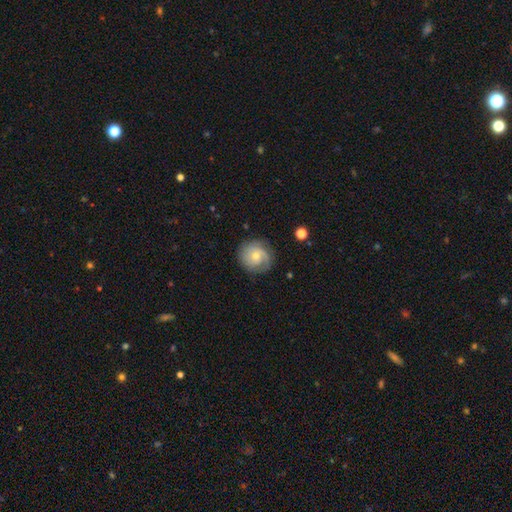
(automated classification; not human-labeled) smooth_or_featured: featured or disk (p=0.59) [alt: smooth p=0.33]
disk_edge_on: no (p=0.97) [alt: yes p=0.03]
bar: no (p=0.74) [alt: weak p=0.23]
has_spiral_arms: yes (p=0.88) [alt: no p=0.12]
spiral_winding: tight (p=0.54) [alt: medium p=0.32]
spiral_arm_count: 2 (p=0.41) [alt: can't tell p=0.23]
bulge_size: moderate (p=0.49) [alt: small p=0.47]
merging: none (p=0.77) [alt: minor disturbance p=0.16]